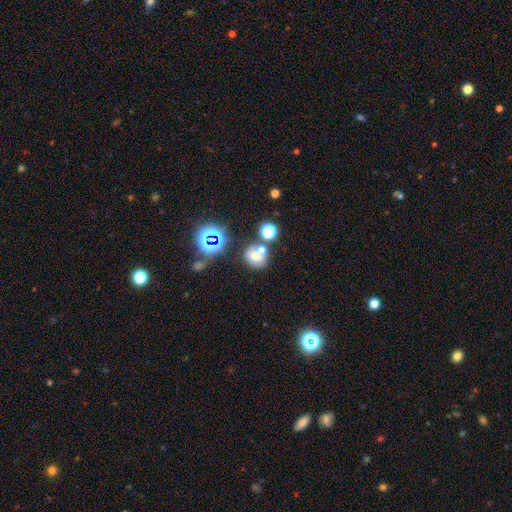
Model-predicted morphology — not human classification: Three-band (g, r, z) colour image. It shows a smooth galaxy with no disk features (55%) that is round (74%). Merging: none (52%).